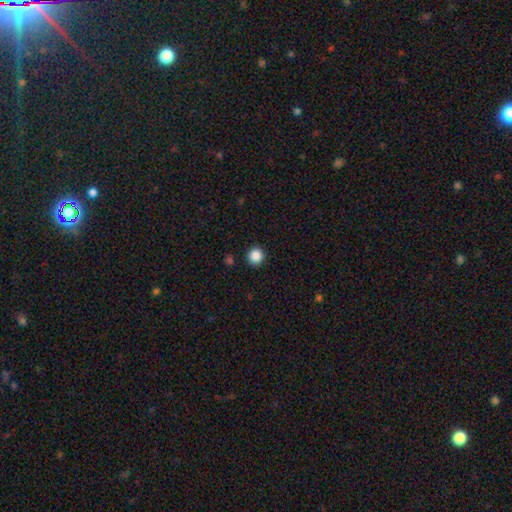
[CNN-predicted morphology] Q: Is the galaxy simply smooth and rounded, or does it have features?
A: smooth — 87%.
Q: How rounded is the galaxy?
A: round — 95%.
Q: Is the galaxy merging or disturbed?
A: none — 92%.